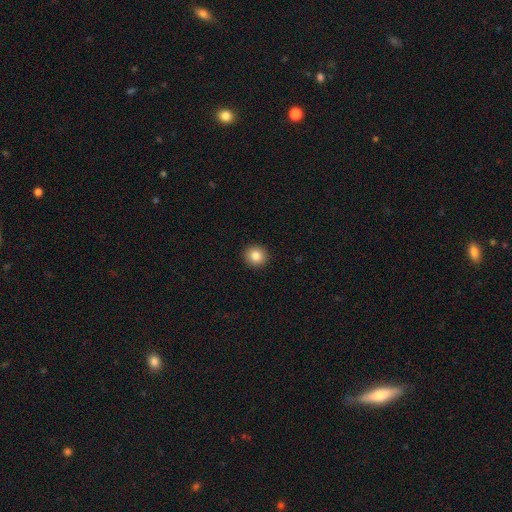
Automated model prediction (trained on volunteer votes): This appears to be a smooth galaxy with no disk features (84%) that is round (92%). Merging: none (93%).